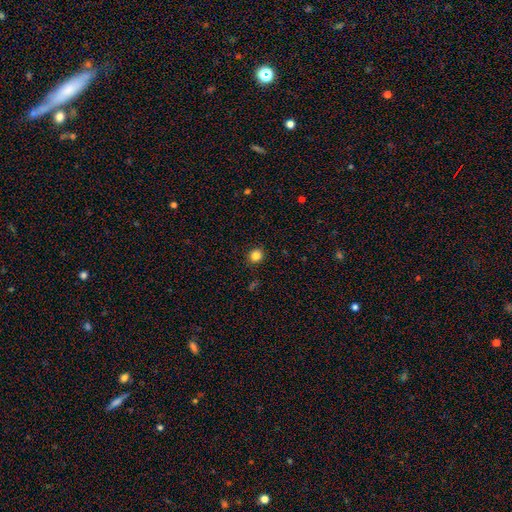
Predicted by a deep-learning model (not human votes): A smooth galaxy with no disk features (84%) that is round (87%). Merging: none (91%).